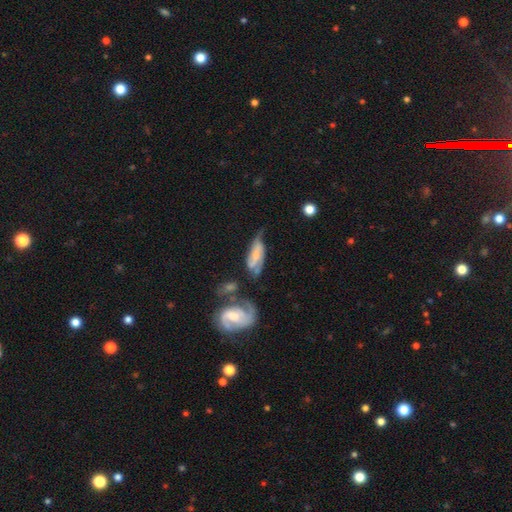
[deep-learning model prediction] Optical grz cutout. It shows a featured or disk galaxy (68%) with a weak bar (40%), 2 (78%) medium (40%) spiral arms (89%) and a small central bulge (50%). Merging: none (36%).